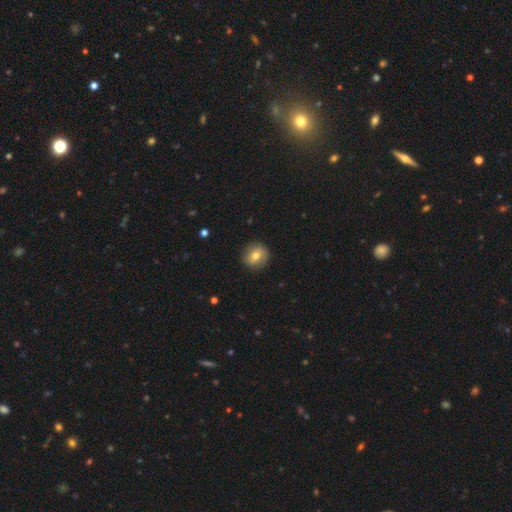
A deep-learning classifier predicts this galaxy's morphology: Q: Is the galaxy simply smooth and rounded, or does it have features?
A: smooth — 68%.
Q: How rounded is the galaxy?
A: round — 86%.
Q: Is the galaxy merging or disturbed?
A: none — 86%.